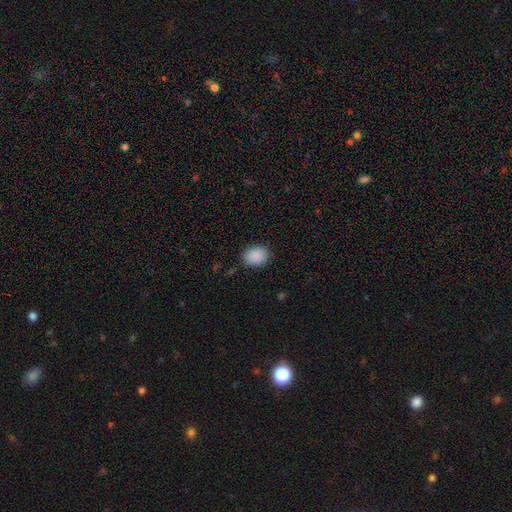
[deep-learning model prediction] Q: Smooth or featured?
A: smooth (89%); runner-up: star or artifact (8%)
Q: How rounded?
A: in between (56%); runner-up: round (44%)
Q: Merging?
A: none (85%); runner-up: minor disturbance (11%)